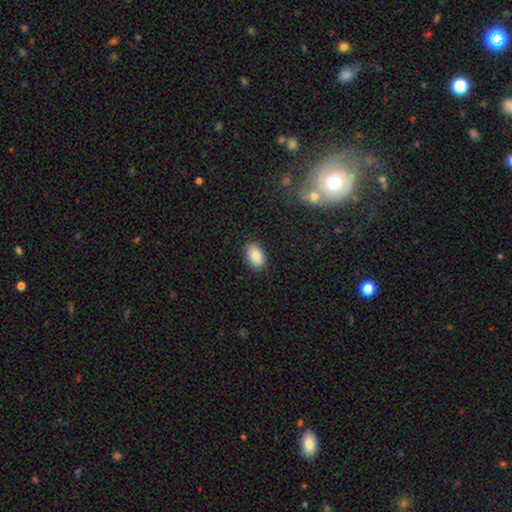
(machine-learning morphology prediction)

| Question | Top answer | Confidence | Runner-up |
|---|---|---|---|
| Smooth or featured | smooth | 85% | star or artifact (8%) |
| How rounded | in between | 89% | round (10%) |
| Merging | none | 87% | minor disturbance (9%) |